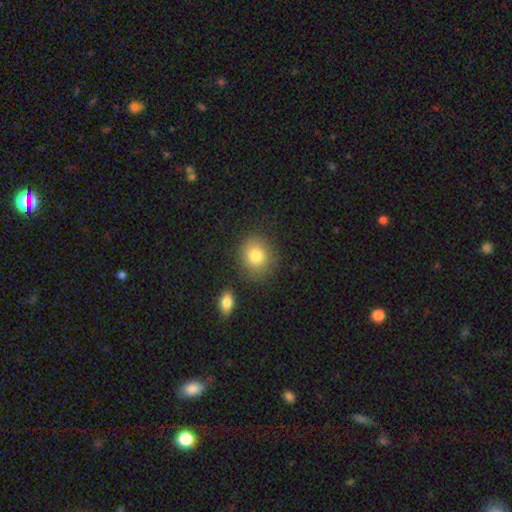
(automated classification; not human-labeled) Smooth or featured: smooth — 82% (featured or disk — 9%)
How rounded: round — 74% (in between — 25%)
Merging: none — 79% (minor disturbance — 12%)